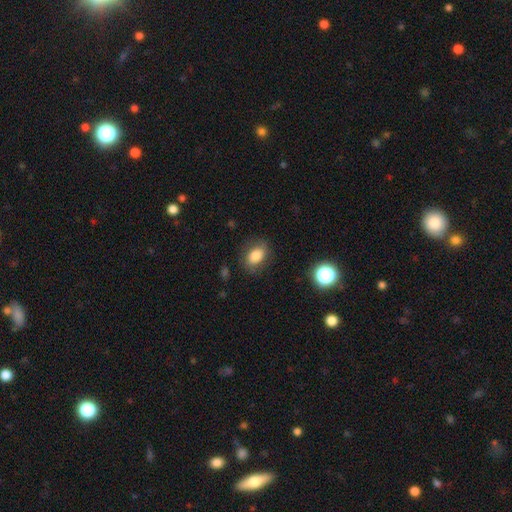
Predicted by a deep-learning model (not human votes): Morphology: type=smooth (81%); roundness=in between (78%); merging=none (80%).